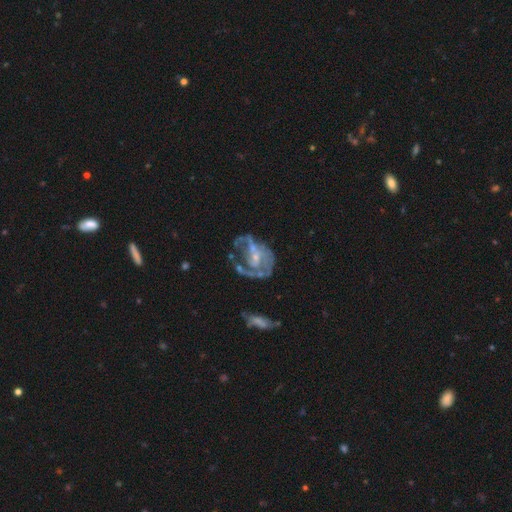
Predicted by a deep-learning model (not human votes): smooth_or_featured: featured or disk (p=0.77) [alt: smooth p=0.14]
disk_edge_on: no (p=0.97) [alt: yes p=0.03]
bar: no (p=0.60) [alt: weak p=0.32]
has_spiral_arms: yes (p=0.64) [alt: no p=0.36]
bulge_size: small (p=0.64) [alt: moderate p=0.24]
merging: major disturbance (p=0.39) [alt: none p=0.31]